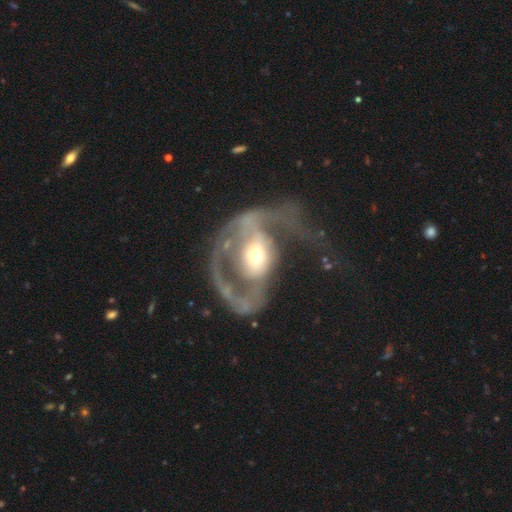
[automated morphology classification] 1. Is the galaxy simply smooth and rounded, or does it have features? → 73% featured or disk, 21% smooth, 7% star or artifact.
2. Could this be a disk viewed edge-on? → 96% no, 4% yes.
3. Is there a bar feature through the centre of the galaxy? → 63% no, 24% weak, 13% strong.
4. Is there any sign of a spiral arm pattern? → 56% yes, 44% no.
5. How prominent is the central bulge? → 59% moderate, 26% small, 12% large, 2% dominant, 1% none.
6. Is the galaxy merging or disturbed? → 64% major disturbance, 17% none, 12% minor disturbance, 8% merger.